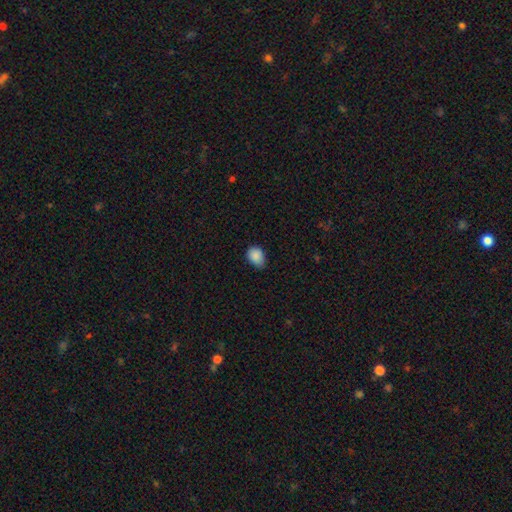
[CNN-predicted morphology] Overall: smooth (88%). How rounded: in between (67%; round 32%). Merging: none (67%; minor disturbance 29%).